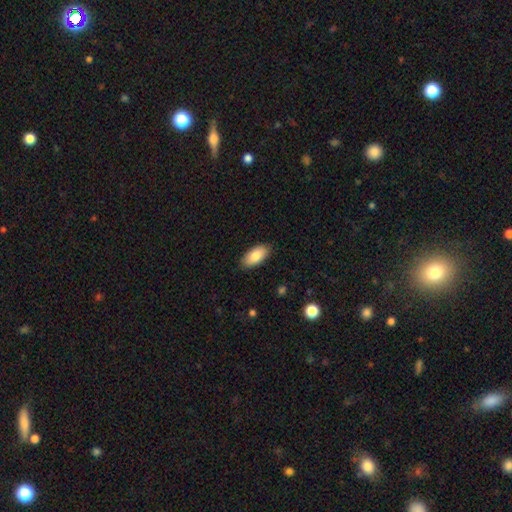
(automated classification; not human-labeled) smooth_or_featured: smooth (p=0.84) [alt: featured or disk p=0.09]
how_rounded: in between (p=0.91) [alt: cigar-shaped p=0.06]
merging: none (p=0.88) [alt: minor disturbance p=0.09]